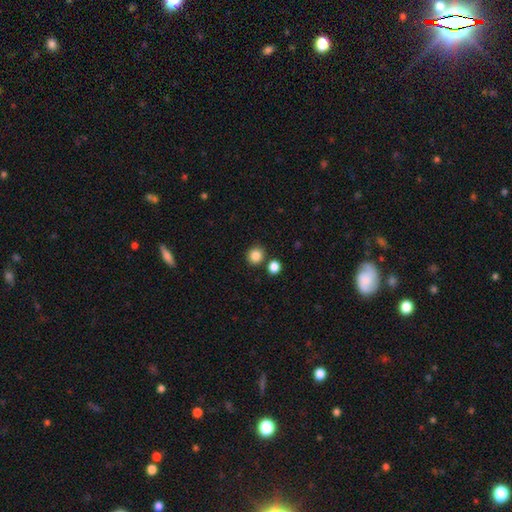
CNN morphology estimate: type=smooth (86%); roundness=round (86%); merging=none (80%).